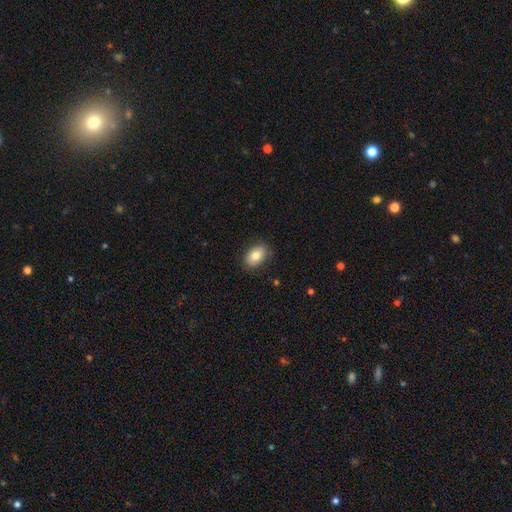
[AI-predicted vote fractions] Smooth or featured?
  - smooth: 81% *
  - featured or disk: 12%
  - star or artifact: 8%
How rounded?
  - in between: 87% *
  - round: 12%
  - cigar-shaped: 1%
Merging?
  - none: 87% *
  - minor disturbance: 10%
  - major disturbance: 2%
  - merger: 1%